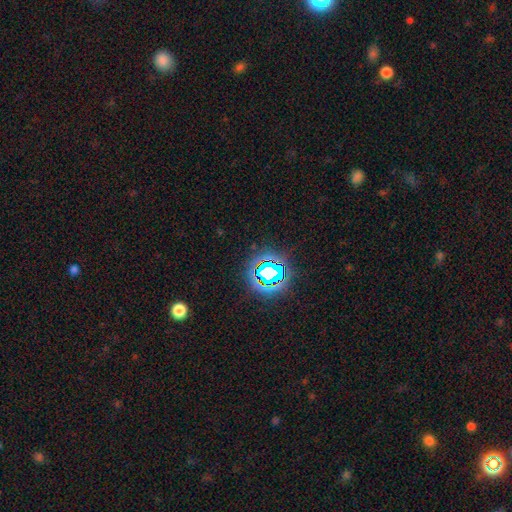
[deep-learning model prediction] This appears to be a star or artifact, not a galaxy (78%).